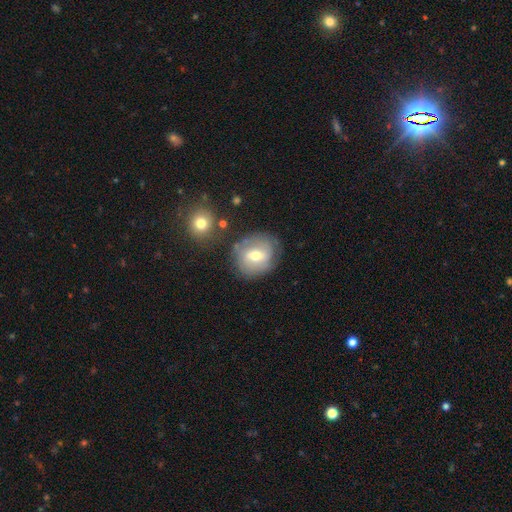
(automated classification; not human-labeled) Smooth or featured: featured or disk — 49% (smooth — 43%)
Merging: none — 72% (minor disturbance — 17%)